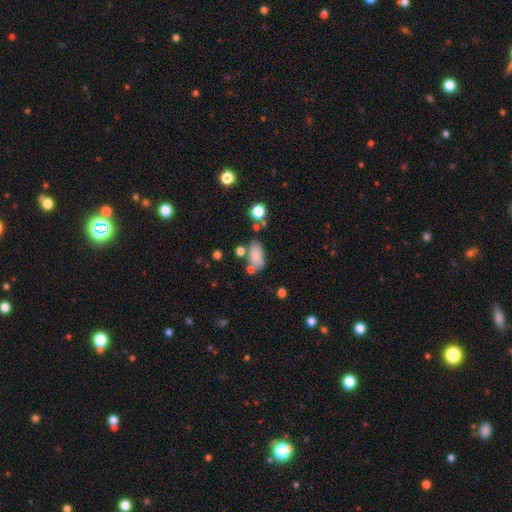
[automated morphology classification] Overall: smooth (81%). How rounded: in between (89%). Merging: none (59%).